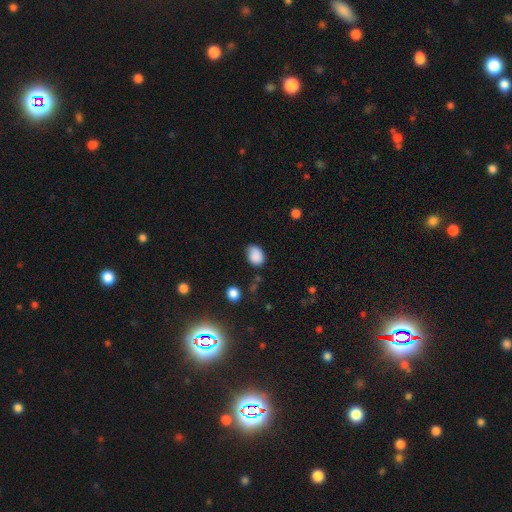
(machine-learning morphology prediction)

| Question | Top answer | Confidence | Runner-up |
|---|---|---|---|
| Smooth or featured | smooth | 86% | star or artifact (9%) |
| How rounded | in between | 71% | round (28%) |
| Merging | none | 61% | minor disturbance (30%) |